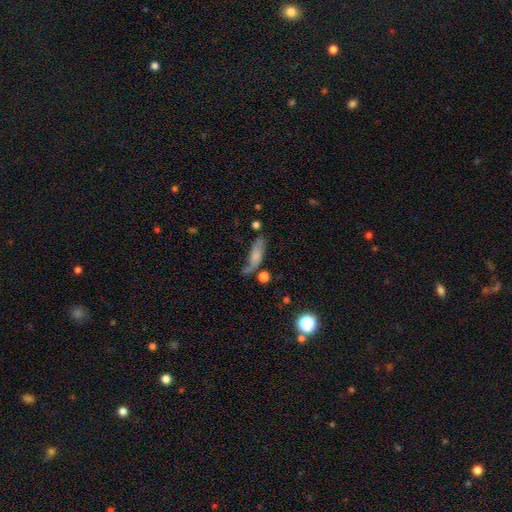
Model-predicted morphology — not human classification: The model was most divided on "merging": none: 40%, minor disturbance: 28%, major disturbance: 20%, merger: 12%. More confident: smooth or featured — smooth (62%); how rounded — in between (61%).